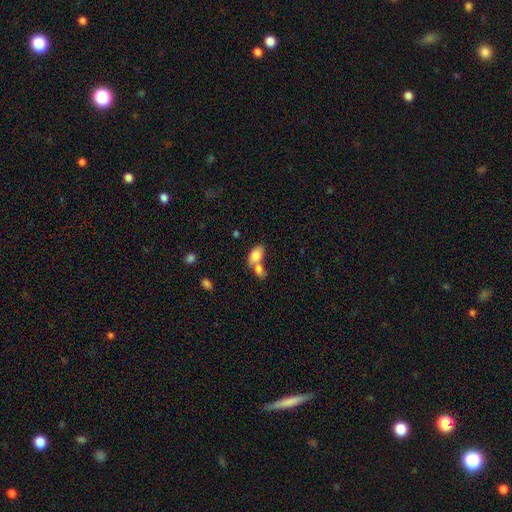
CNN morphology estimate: Q: Smooth or featured?
A: smooth (80%); runner-up: featured or disk (13%)
Q: How rounded?
A: in between (90%); runner-up: round (8%)
Q: Merging?
A: merger (59%); runner-up: none (28%)